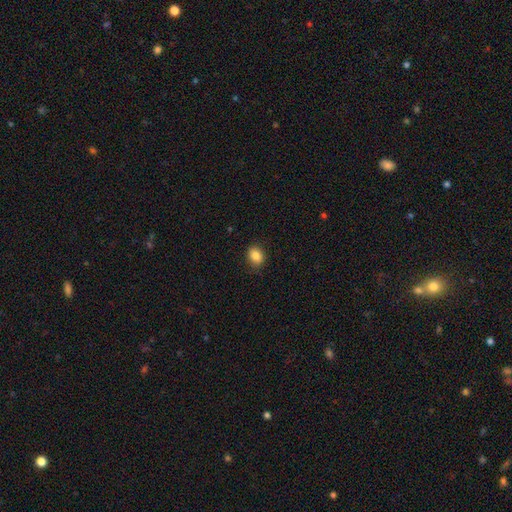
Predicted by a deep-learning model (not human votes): Overall: smooth (85%). How rounded: in between (58%; round 41%). Merging: none (86%).